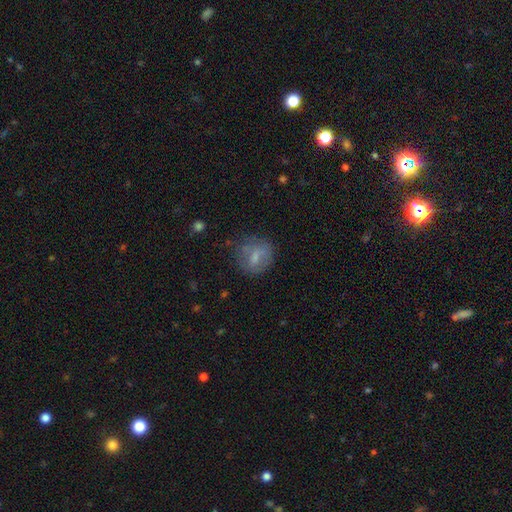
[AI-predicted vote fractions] Smooth or featured?
  - smooth: 61% *
  - featured or disk: 29%
  - star or artifact: 10%
How rounded?
  - round: 68% *
  - in between: 30%
  - cigar-shaped: 2%
Merging?
  - none: 61% *
  - minor disturbance: 23%
  - major disturbance: 14%
  - merger: 3%